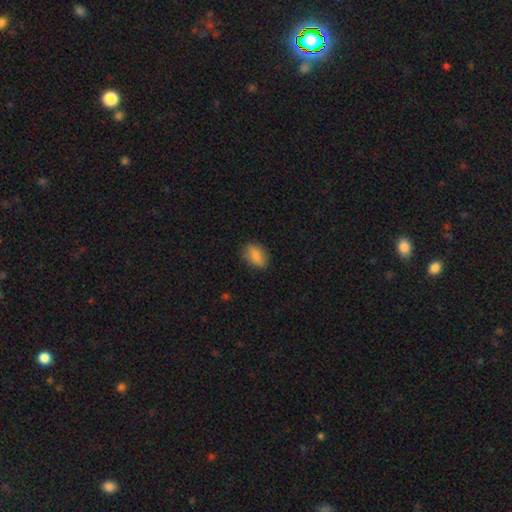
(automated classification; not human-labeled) smooth_or_featured: smooth (p=0.84) [alt: featured or disk p=0.09]
how_rounded: in between (p=0.80) [alt: round p=0.18]
merging: none (p=0.82) [alt: minor disturbance p=0.14]